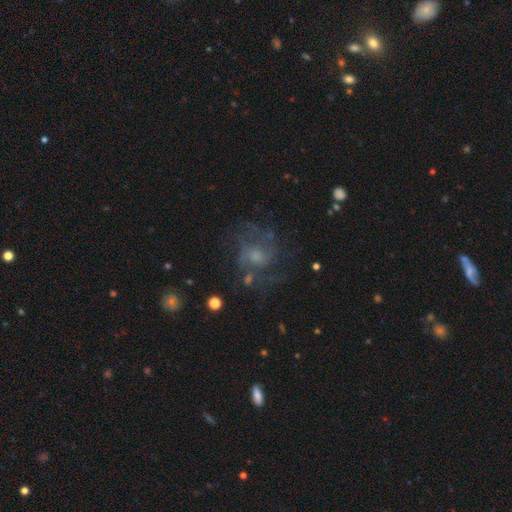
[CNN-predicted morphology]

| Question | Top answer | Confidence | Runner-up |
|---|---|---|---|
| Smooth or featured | featured or disk | 68% | smooth (19%) |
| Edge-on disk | no | 98% | yes (2%) |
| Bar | no | 70% | weak (27%) |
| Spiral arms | yes | 84% | no (16%) |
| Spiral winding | medium | 49% | tight (30%) |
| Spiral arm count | can't tell | 35% | 2 (28%) |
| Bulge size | moderate | 42% | small (37%) |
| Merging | none | 61% | major disturbance (18%) |